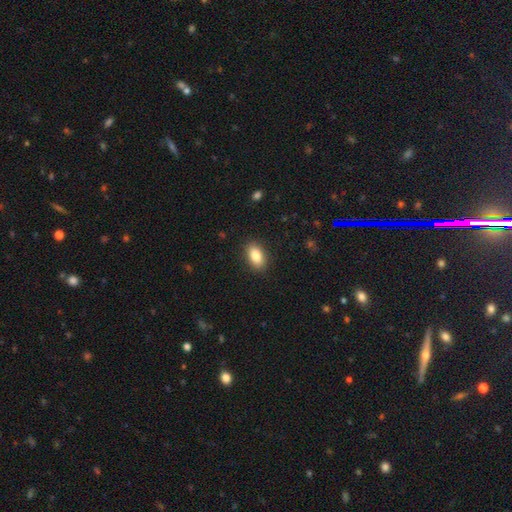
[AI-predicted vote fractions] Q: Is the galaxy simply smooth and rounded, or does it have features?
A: smooth — 86%.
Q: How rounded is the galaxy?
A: in between — 91%.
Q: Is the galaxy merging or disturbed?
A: none — 89%.